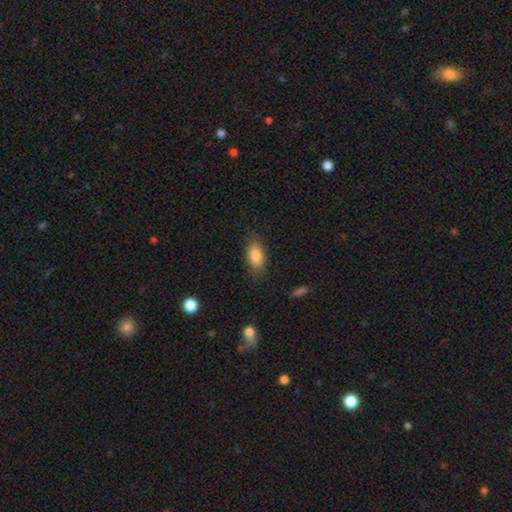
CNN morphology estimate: A smooth galaxy with no disk features (83%) that is in between round and cigar-shaped (88%). Merging: none (82%).